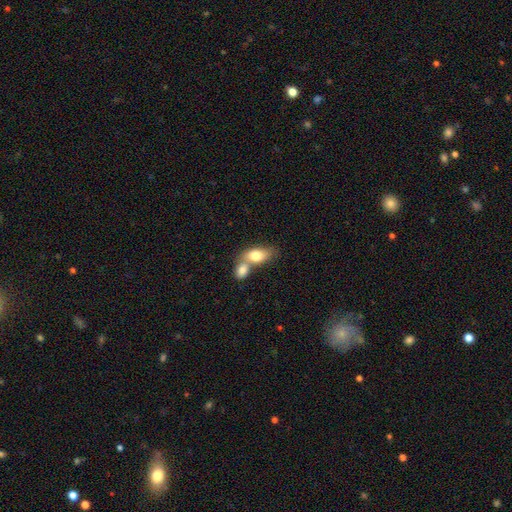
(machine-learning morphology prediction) Smooth or featured: smooth — 78% (featured or disk — 15%)
How rounded: in between — 86% (round — 10%)
Merging: merger — 66% (none — 23%)